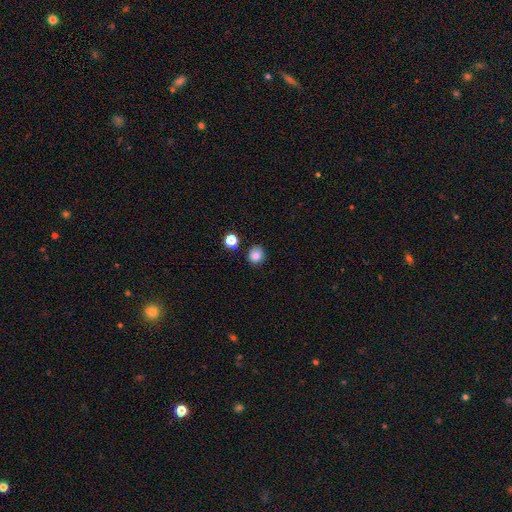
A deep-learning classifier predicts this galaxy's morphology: smooth 85%, star or artifact 11%, featured or disk 4%. Down the decision tree: how rounded — round (88%); merging — none (85%).